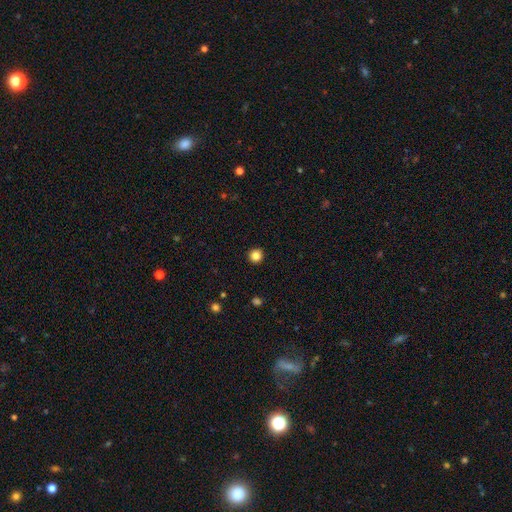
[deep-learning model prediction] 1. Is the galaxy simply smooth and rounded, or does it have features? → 85% smooth, 11% star or artifact, 4% featured or disk.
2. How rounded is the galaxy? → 95% round, 4% in between, 1% cigar-shaped.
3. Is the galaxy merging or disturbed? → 93% none, 4% minor disturbance, 2% major disturbance, 1% merger.